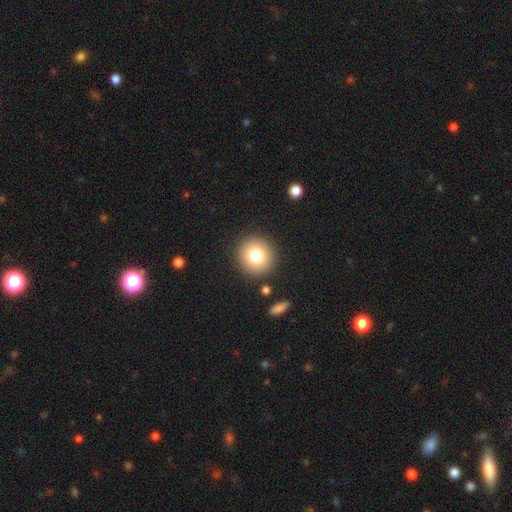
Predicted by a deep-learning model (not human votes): smooth_or_featured: smooth (p=0.79) [alt: featured or disk p=0.11]
how_rounded: round (p=0.93) [alt: in between p=0.06]
merging: none (p=0.89) [alt: minor disturbance p=0.06]